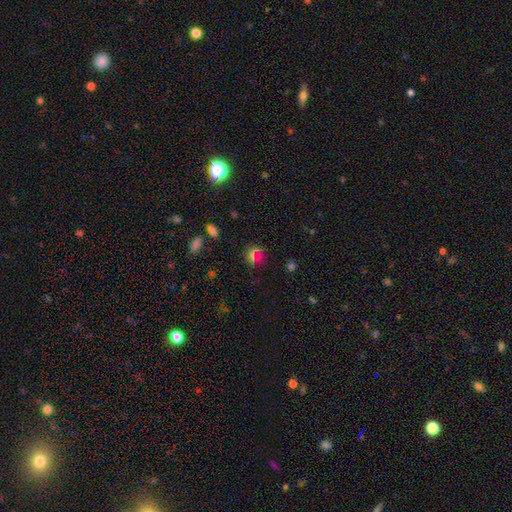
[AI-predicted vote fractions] Smooth or featured: smooth — 57% (star or artifact — 34%)
How rounded: round — 84% (in between — 15%)
Merging: none — 79% (minor disturbance — 12%)